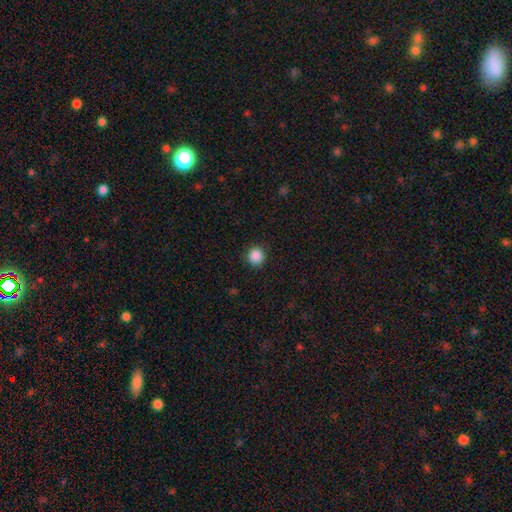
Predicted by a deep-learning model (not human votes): The model was most divided on "smooth or featured": smooth: 88%, star or artifact: 10%, featured or disk: 3%. More confident: how rounded — round (92%); merging — none (91%).